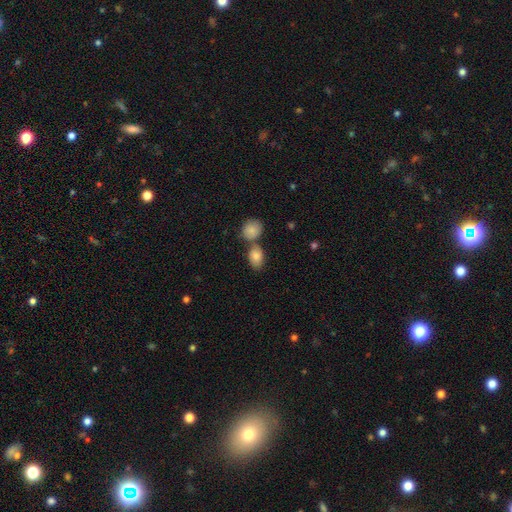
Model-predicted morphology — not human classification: Q: Smooth or featured?
A: smooth (84%); runner-up: featured or disk (8%)
Q: How rounded?
A: in between (78%); runner-up: round (21%)
Q: Merging?
A: none (47%); runner-up: merger (39%)